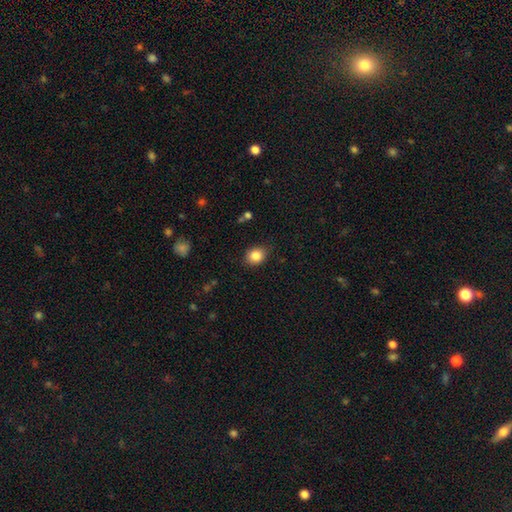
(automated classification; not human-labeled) Q: Smooth or featured?
A: smooth (85%); runner-up: star or artifact (10%)
Q: How rounded?
A: round (59%); runner-up: in between (40%)
Q: Merging?
A: none (85%); runner-up: minor disturbance (11%)